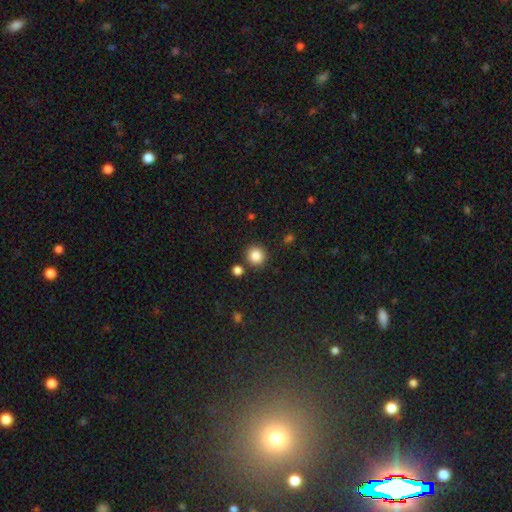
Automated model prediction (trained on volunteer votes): This appears to be a smooth galaxy with no disk features (86%) that is round (92%). Merging: none (85%).